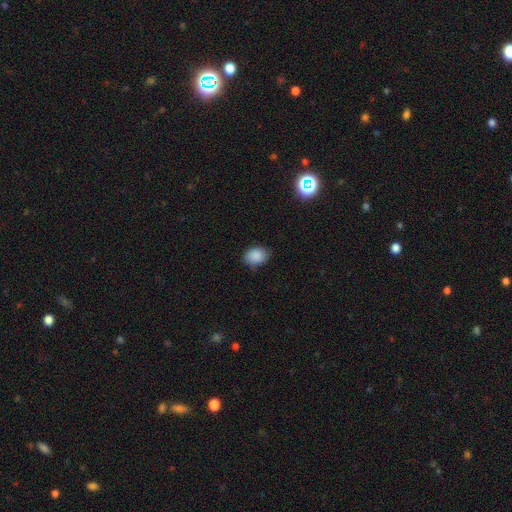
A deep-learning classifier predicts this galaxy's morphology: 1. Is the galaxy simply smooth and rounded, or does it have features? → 88% smooth, 8% star or artifact, 4% featured or disk.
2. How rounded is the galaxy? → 66% in between, 33% round, 1% cigar-shaped.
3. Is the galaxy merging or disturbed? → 76% none, 19% minor disturbance, 3% major disturbance, 1% merger.